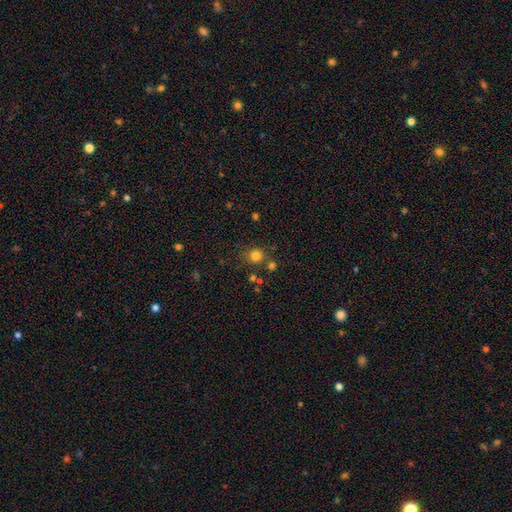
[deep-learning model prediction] The model was most divided on "smooth or featured": smooth: 79%, star or artifact: 15%, featured or disk: 6%. More confident: how rounded — round (89%); merging — none (75%).